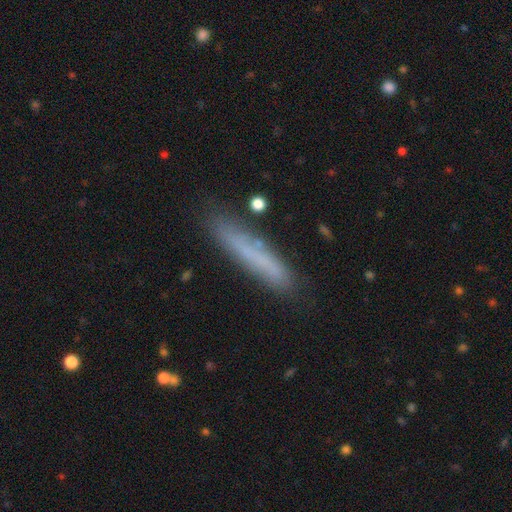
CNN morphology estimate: Smooth or featured? Predicted: smooth (p=0.63). How rounded? Predicted: cigar-shaped (p=0.91). Merging? Predicted: none (p=0.80).